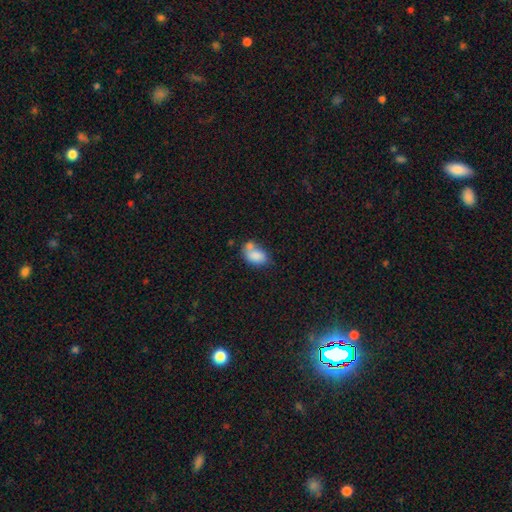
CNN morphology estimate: smooth_or_featured: smooth (p=0.80) [alt: featured or disk p=0.11]
how_rounded: in between (p=0.84) [alt: round p=0.14]
merging: merger (p=0.40) [alt: none p=0.34]